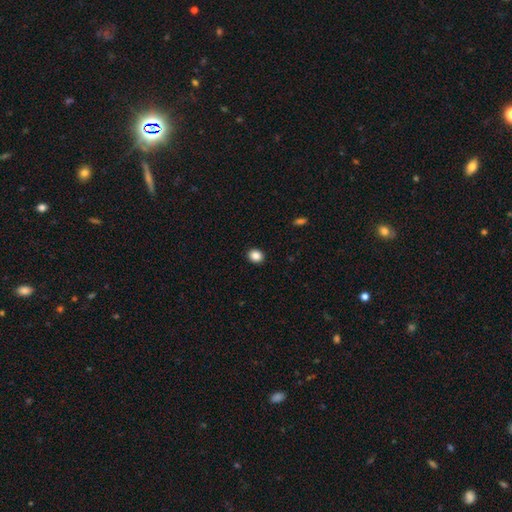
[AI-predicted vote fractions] Overall: smooth (86%). How rounded: round (66%; in between 34%). Merging: none (92%).